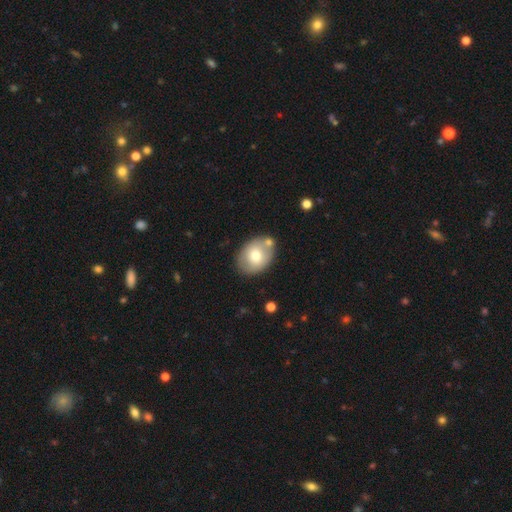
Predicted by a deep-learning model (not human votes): Morphology: type=smooth (68%); roundness=in between (72%); merging=none (69%).